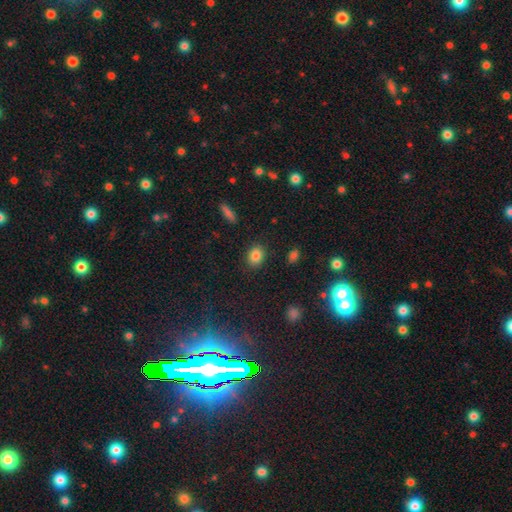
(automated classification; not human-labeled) smooth 83%, star or artifact 10%, featured or disk 7%. Down the decision tree: how rounded — in between (54%); merging — none (87%).